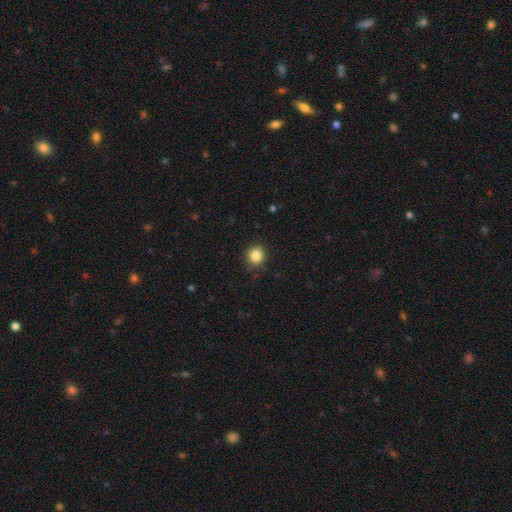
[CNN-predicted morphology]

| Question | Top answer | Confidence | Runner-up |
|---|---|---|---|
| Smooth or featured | smooth | 85% | star or artifact (10%) |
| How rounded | round | 84% | in between (15%) |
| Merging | none | 85% | minor disturbance (11%) |